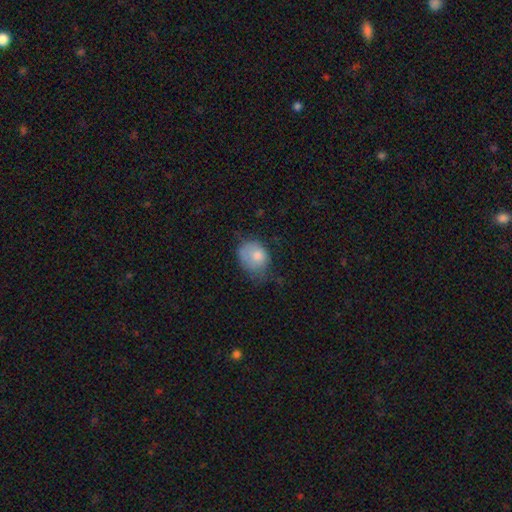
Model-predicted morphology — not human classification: A smooth galaxy with no disk features (76%) that is in between round and cigar-shaped (50%).

Vote fractions:
- Smooth or featured? smooth: 76% / featured or disk: 16% / star or artifact: 8%
- How rounded? in between: 50% / round: 49% / cigar-shaped: 1%
- Merging? minor disturbance: 39% / none: 34% / major disturbance: 24% / merger: 3%